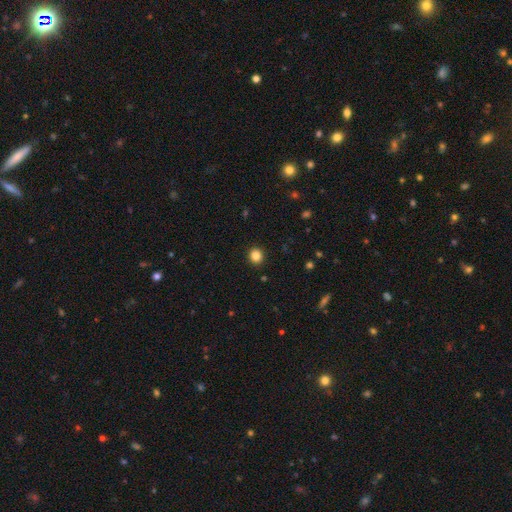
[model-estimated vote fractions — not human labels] smooth-or-featured: smooth: 85% | star or artifact: 11% | featured or disk: 4%
  how-rounded: round: 85% | in between: 14% | cigar-shaped: 1%
  merging: none: 92% | minor disturbance: 5% | major disturbance: 2% | merger: 1%